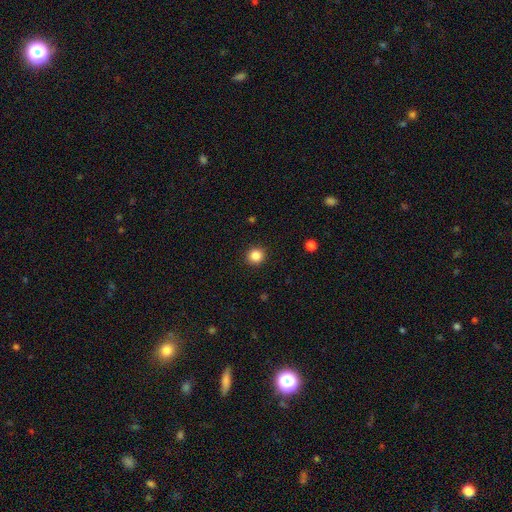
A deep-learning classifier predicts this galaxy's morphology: Q: Smooth or featured?
A: smooth (85%); runner-up: star or artifact (11%)
Q: How rounded?
A: round (93%); runner-up: in between (6%)
Q: Merging?
A: none (93%); runner-up: minor disturbance (5%)